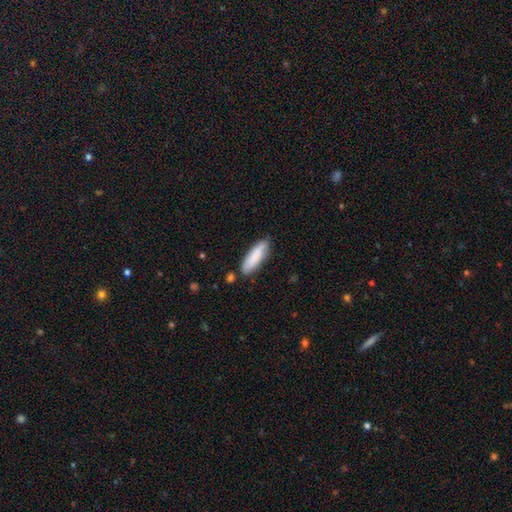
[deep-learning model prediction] Smooth or featured? Predicted: smooth (p=0.83). How rounded? Predicted: cigar-shaped (p=0.58). Merging? Predicted: none (p=0.78).